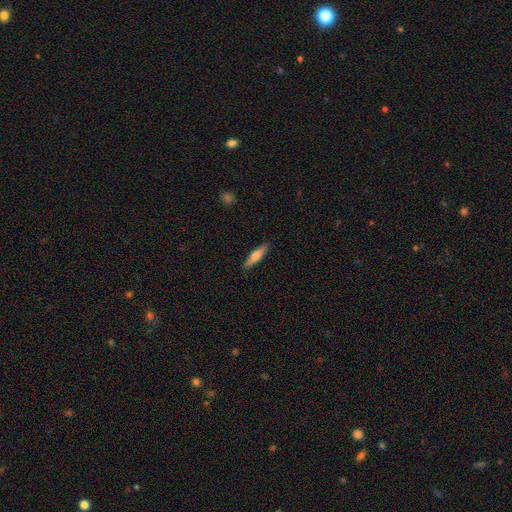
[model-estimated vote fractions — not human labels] This is likely a smooth galaxy (61%). How rounded: likely cigar-shaped (76%). Merging: clearly none (89%).